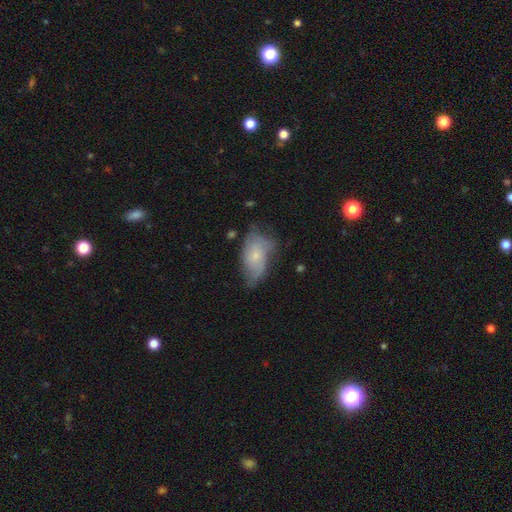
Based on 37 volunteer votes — Smooth or featured?
  - featured or disk: 54% *
  - smooth: 41%
  - star or artifact: 5%
Edge-on disk?
  - no: 100% *
  - yes: 0%
Bar?
  - no: 95% *
  - weak: 5%
  - strong: 0%
Spiral arms?
  - yes: 65% *
  - no: 35%
Spiral winding?
  - loose: 46% *
  - tight: 31%
  - medium: 23%
Spiral arm count?
  - can't tell: 54% *
  - 2: 46%
  - 1: 0%
  - 3: 0%
  - 4: 0%
  - more than 4: 0%
Bulge size?
  - small: 55% *
  - moderate: 40%
  - large: 5%
  - dominant: 0%
  - none: 0%
Merging?
  - major disturbance: 40% *
  - minor disturbance: 34%
  - none: 23%
  - merger: 3%